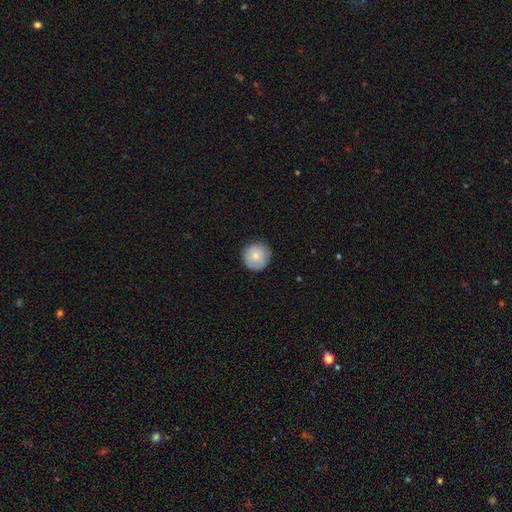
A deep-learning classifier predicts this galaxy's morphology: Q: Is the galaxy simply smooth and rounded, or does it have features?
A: smooth — 80%.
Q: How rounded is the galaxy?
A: round — 96%.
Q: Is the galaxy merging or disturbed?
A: none — 89%.